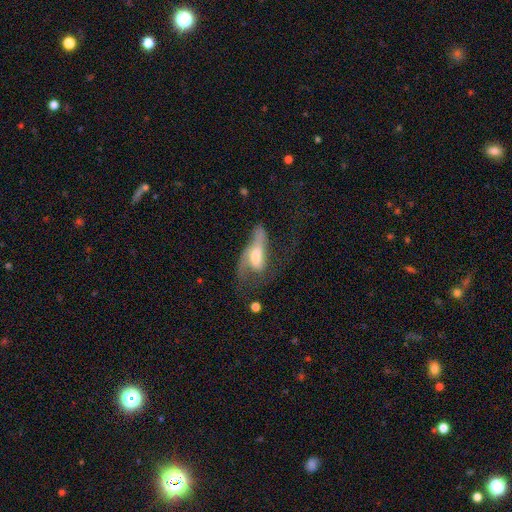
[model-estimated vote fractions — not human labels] Smooth or featured? featured or disk (51%)
Edge-on disk? no (82%)
Merging? major disturbance (52%)